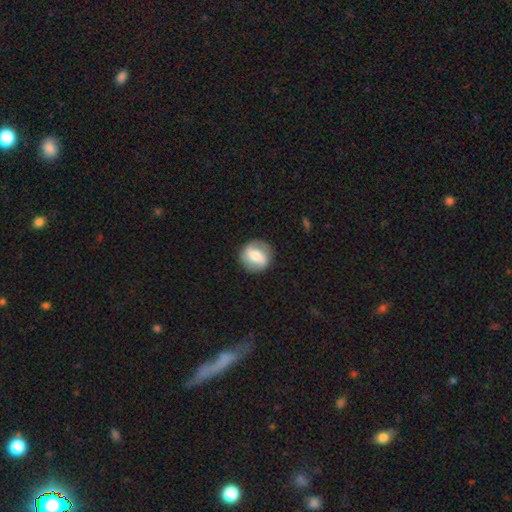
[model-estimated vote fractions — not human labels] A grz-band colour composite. It shows a featured or disk galaxy (49%). Merging: none (86%).